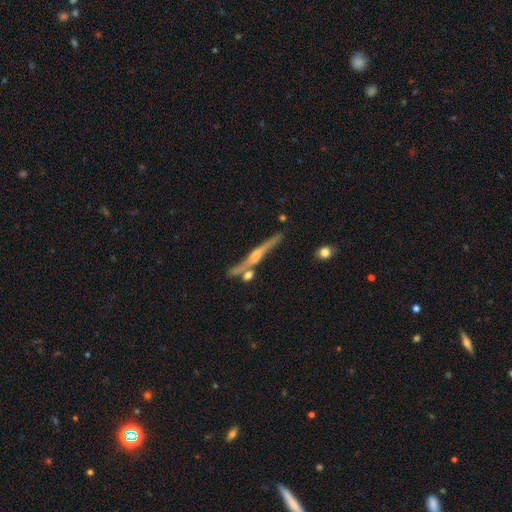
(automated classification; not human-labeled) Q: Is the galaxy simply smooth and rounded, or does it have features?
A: featured or disk — 75%.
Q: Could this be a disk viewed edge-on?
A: yes — 97%.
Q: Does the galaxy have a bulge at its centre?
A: rounded — 68%.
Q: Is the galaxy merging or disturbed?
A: none — 79%.